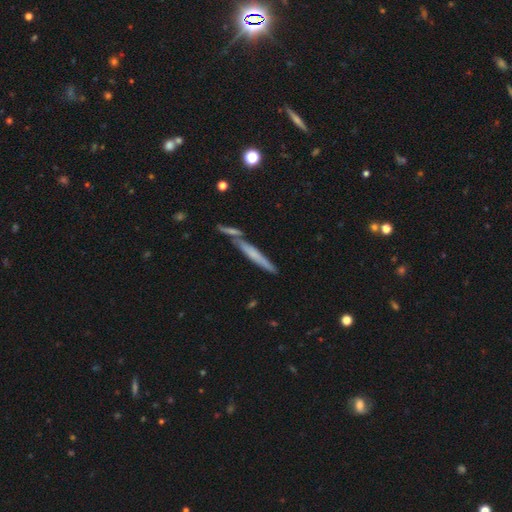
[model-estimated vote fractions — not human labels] A smooth galaxy with no disk features (50%) that is cigar-shaped (94%).

Vote fractions:
- Smooth or featured? smooth: 50% / featured or disk: 42% / star or artifact: 8%
- How rounded? cigar-shaped: 94% / in between: 4% / round: 2%
- Merging? none: 70% / merger: 16% / minor disturbance: 11% / major disturbance: 3%